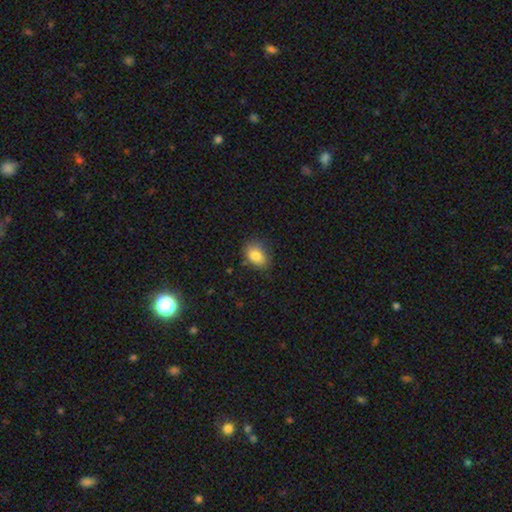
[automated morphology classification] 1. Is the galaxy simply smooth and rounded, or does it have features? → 83% smooth, 9% star or artifact, 8% featured or disk.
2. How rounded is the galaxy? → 80% in between, 18% round, 1% cigar-shaped.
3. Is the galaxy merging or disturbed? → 79% none, 16% minor disturbance, 3% major disturbance, 2% merger.